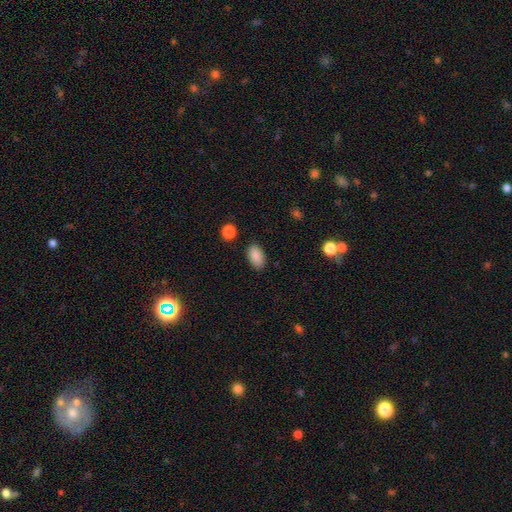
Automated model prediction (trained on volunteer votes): Smooth or featured? Predicted: smooth (p=0.88). How rounded? Predicted: in between (p=0.93). Merging? Predicted: none (p=0.86).